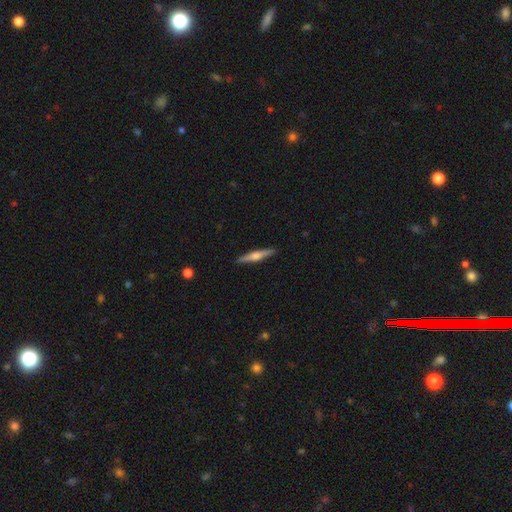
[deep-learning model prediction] Smooth or featured: featured or disk — 58% (smooth — 36%)
Edge-on disk: yes — 97% (no — 3%)
Edge-on bulge: rounded — 85% (boxy — 8%)
Merging: none — 91% (minor disturbance — 6%)